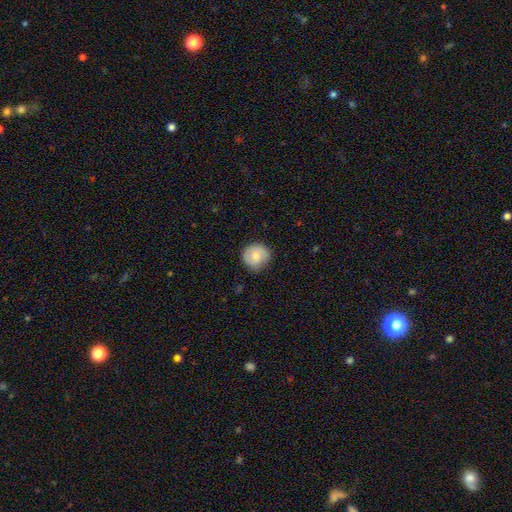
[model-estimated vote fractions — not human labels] A smooth galaxy with no disk features (72%) that is round (90%). Merging: none (79%).